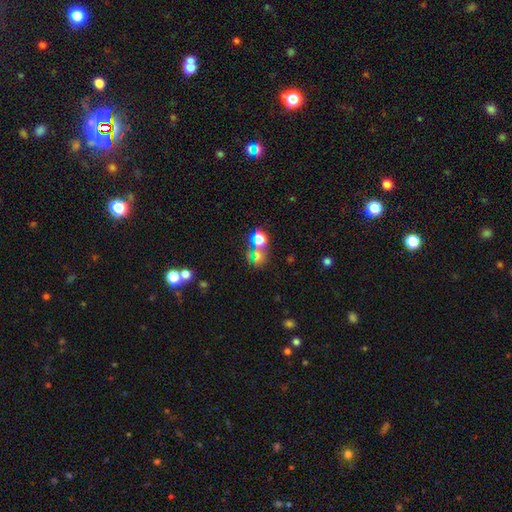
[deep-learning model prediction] Morphology: type=star or artifact (44%, tied with smooth).